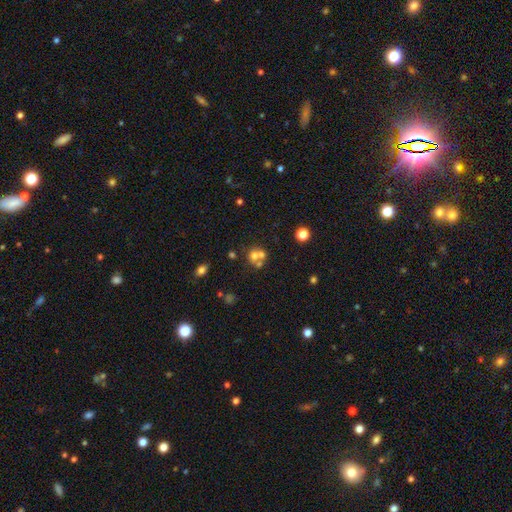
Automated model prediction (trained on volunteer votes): A smooth galaxy with no disk features (58%) that is round (79%).

Vote fractions:
- Smooth or featured? smooth: 58% / featured or disk: 25% / star or artifact: 17%
- How rounded? round: 79% / in between: 20% / cigar-shaped: 1%
- Merging? merger: 52% / none: 36% / minor disturbance: 7% / major disturbance: 5%